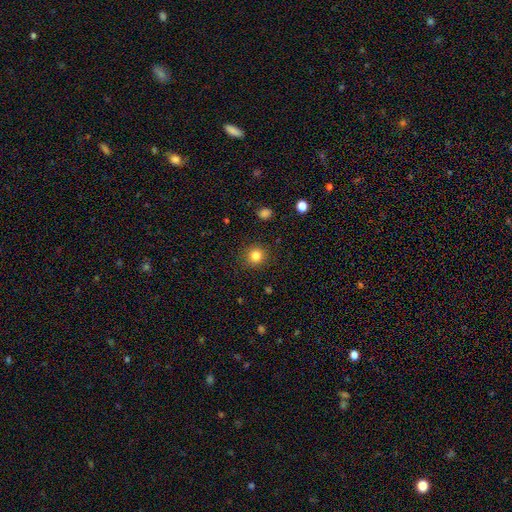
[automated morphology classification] A smooth galaxy with no disk features (83%) that is round (90%).

Vote fractions:
- Smooth or featured? smooth: 83% / star or artifact: 12% / featured or disk: 5%
- How rounded? round: 90% / in between: 9% / cigar-shaped: 1%
- Merging? none: 89% / minor disturbance: 7% / major disturbance: 2% / merger: 1%